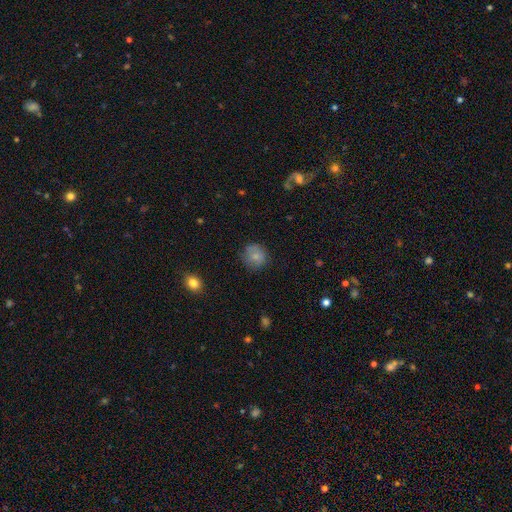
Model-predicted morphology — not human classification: Overall: smooth (76%). How rounded: round (85%). Merging: none (74%).